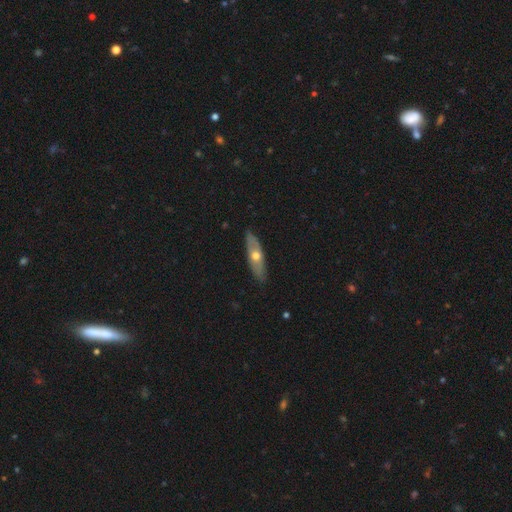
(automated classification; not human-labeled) A featured or disk galaxy (51%) viewed edge-on (57%). Merging: none (87%).